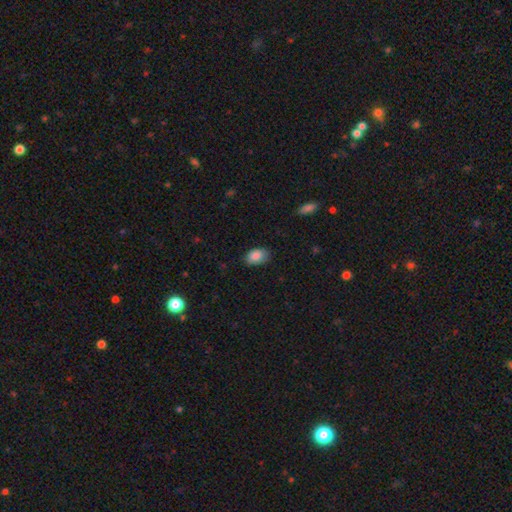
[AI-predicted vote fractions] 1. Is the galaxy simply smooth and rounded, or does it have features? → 86% smooth, 8% star or artifact, 7% featured or disk.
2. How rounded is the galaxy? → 86% in between, 13% round, 1% cigar-shaped.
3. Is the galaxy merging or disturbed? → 75% none, 20% minor disturbance, 3% major disturbance, 1% merger.